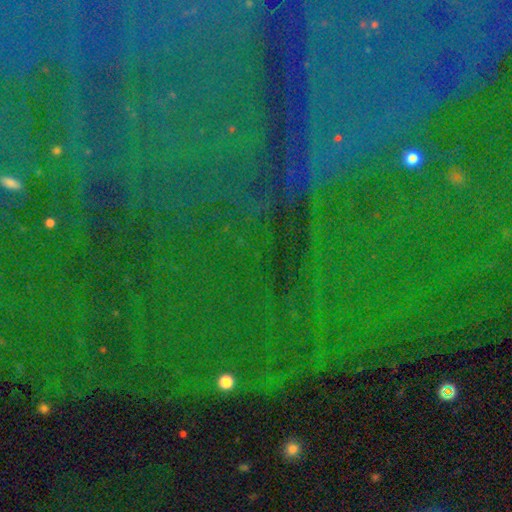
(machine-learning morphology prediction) Q: Smooth or featured?
A: star or artifact (84%); runner-up: featured or disk (8%)